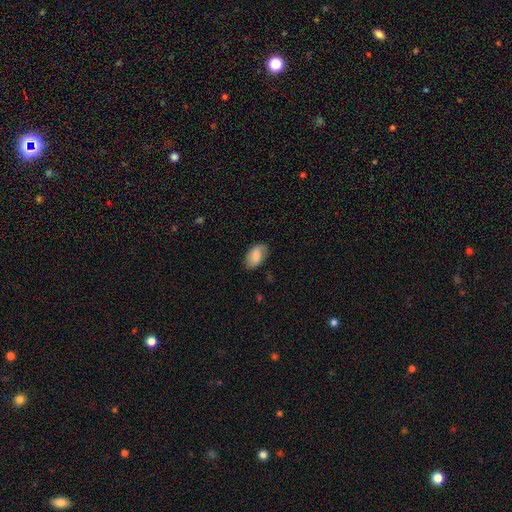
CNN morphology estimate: Smooth or featured? Predicted: smooth (p=0.77). How rounded? Predicted: in between (p=0.93). Merging? Predicted: none (p=0.79).